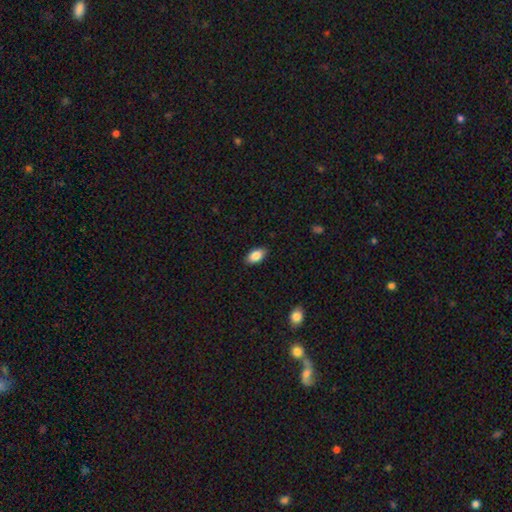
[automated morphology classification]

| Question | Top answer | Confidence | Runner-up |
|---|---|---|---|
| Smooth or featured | smooth | 86% | star or artifact (7%) |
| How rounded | in between | 92% | round (5%) |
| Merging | none | 87% | minor disturbance (10%) |